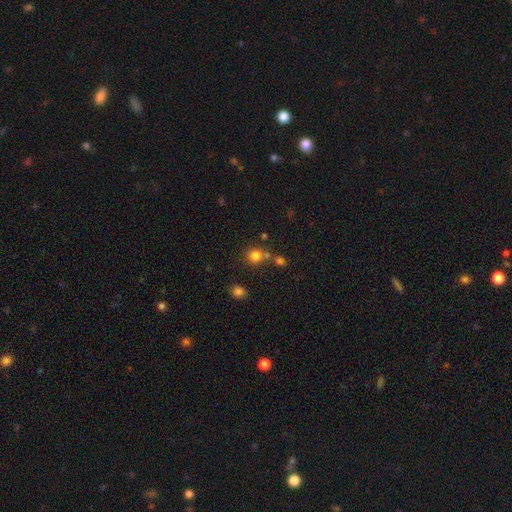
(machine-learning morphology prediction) smooth_or_featured: smooth (p=0.78) [alt: star or artifact p=0.15]
how_rounded: round (p=0.88) [alt: in between p=0.11]
merging: none (p=0.63) [alt: merger p=0.24]